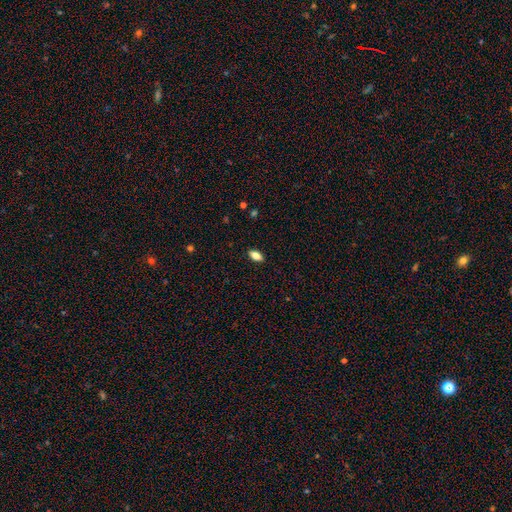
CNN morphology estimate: smooth_or_featured: smooth (p=0.82) [alt: featured or disk p=0.10]
how_rounded: in between (p=0.89) [alt: cigar-shaped p=0.07]
merging: none (p=0.89) [alt: minor disturbance p=0.08]